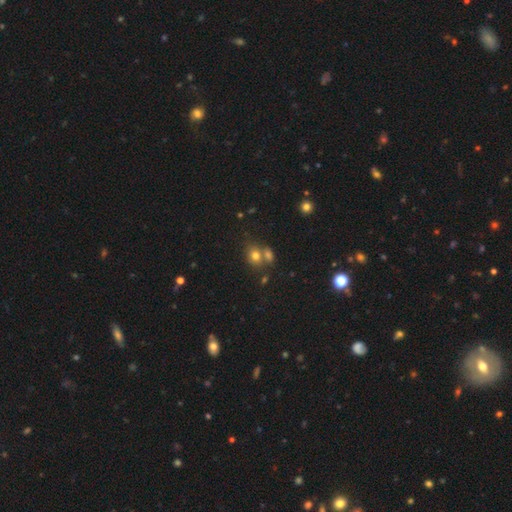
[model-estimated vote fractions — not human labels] A smooth galaxy with no disk features (75%) that is round (54%). Merging: none (45%).